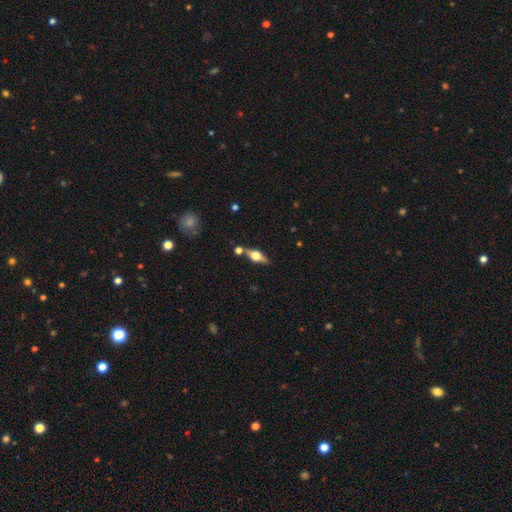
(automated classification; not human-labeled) A featured or disk galaxy (65%) viewed edge-on (94%) with a rounded central bulge (95%). Merging: none (77%).